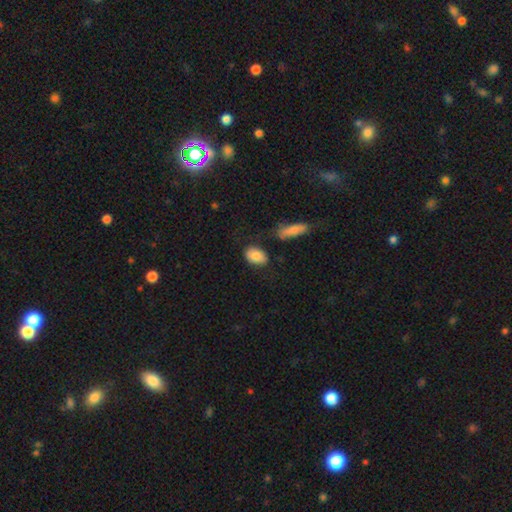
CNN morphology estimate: smooth_or_featured: smooth (p=0.83) [alt: featured or disk p=0.10]
how_rounded: in between (p=0.86) [alt: round p=0.12]
merging: none (p=0.76) [alt: minor disturbance p=0.14]